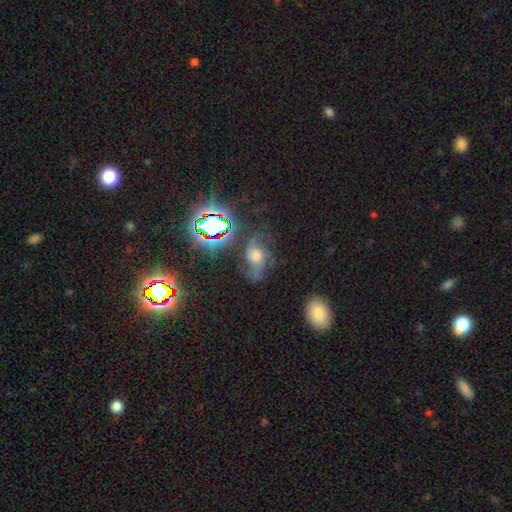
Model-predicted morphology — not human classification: Smooth or featured: featured or disk — 60% (star or artifact — 21%)
Edge-on disk: no — 95% (yes — 5%)
Bar: no — 69% (weak — 24%)
Spiral arms: yes — 89% (no — 11%)
Spiral winding: loose — 51% (medium — 37%)
Spiral arm count: 2 — 61% (3 — 14%)
Bulge size: moderate — 50% (large — 26%)
Merging: none — 52% (major disturbance — 23%)